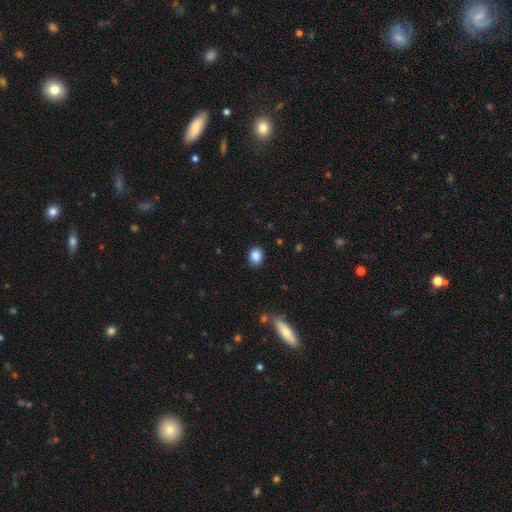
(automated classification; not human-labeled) Smooth or featured? Predicted: smooth (p=0.87). How rounded? Predicted: round (p=0.56). Merging? Predicted: none (p=0.88).